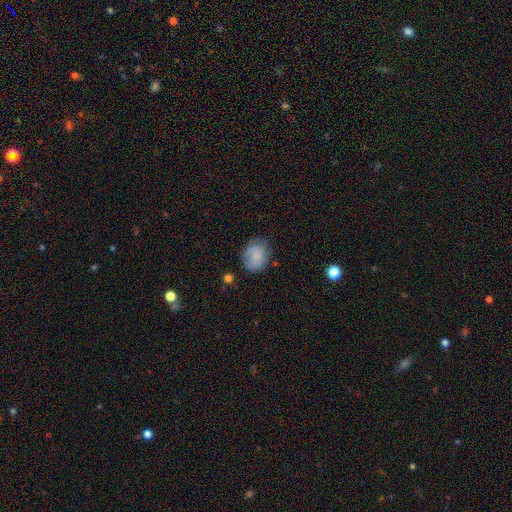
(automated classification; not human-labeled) Smooth or featured? Predicted: smooth (p=0.73). How rounded? Predicted: round (p=0.51). Merging? Predicted: none (p=0.65).